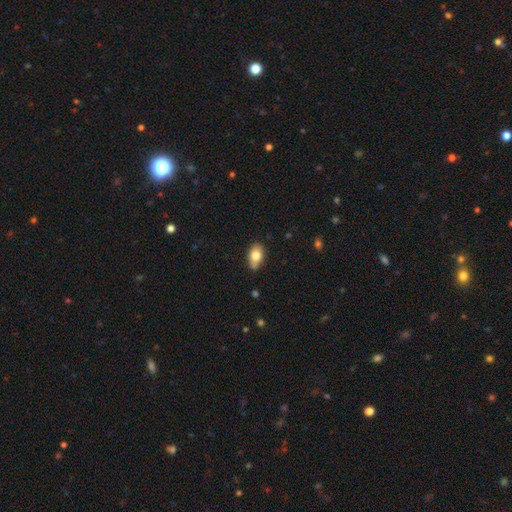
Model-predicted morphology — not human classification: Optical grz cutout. It shows a smooth galaxy with no disk features (77%) that is in between round and cigar-shaped (88%). Merging: none (74%).